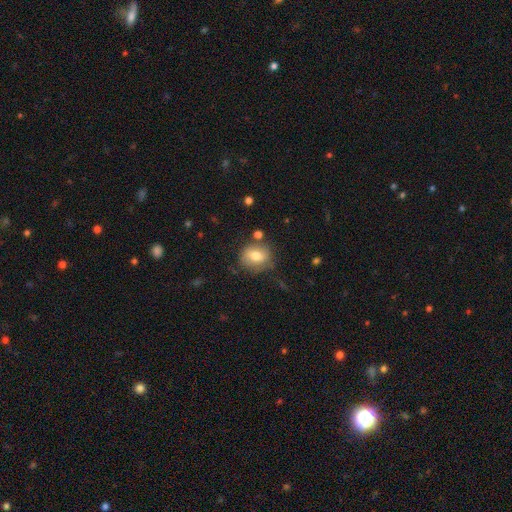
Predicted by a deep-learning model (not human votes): Q: Smooth or featured?
A: smooth (70%); runner-up: featured or disk (21%)
Q: How rounded?
A: round (65%); runner-up: in between (33%)
Q: Merging?
A: none (68%); runner-up: minor disturbance (19%)